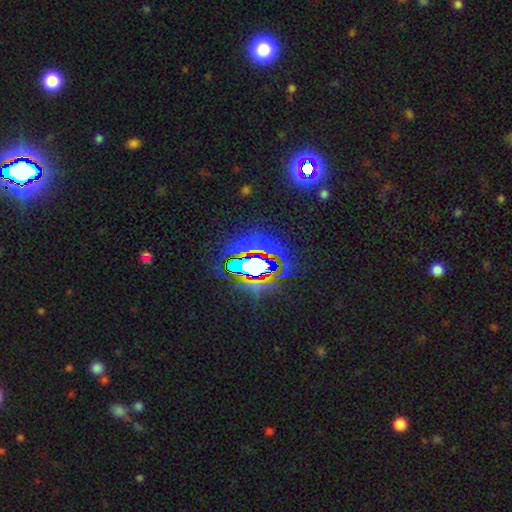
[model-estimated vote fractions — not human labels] The model was most divided on "smooth or featured": star or artifact: 79%, smooth: 11%, featured or disk: 10%.